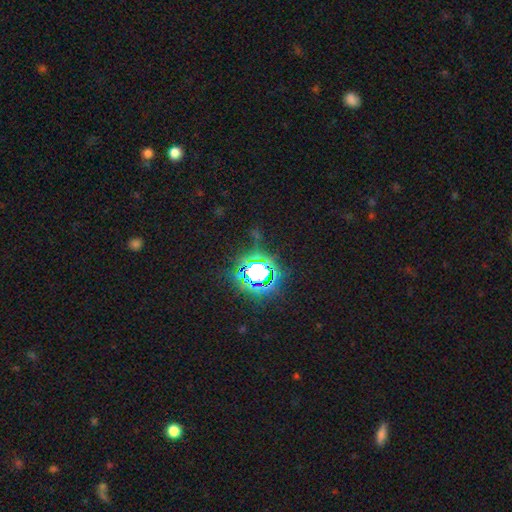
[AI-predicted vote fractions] A star or artifact, not a galaxy (78%).